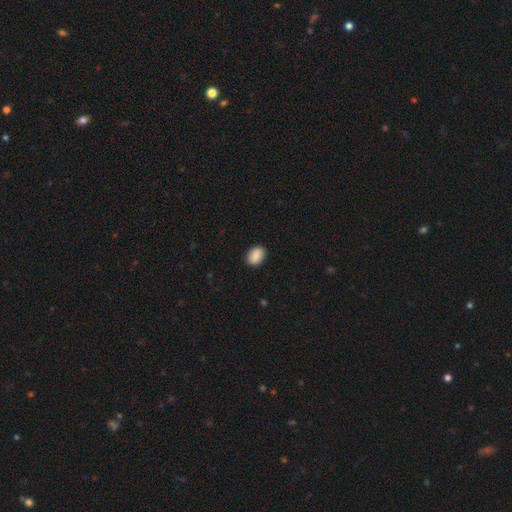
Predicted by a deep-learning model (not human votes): The model was most divided on "how rounded": in between: 80%, round: 19%, cigar-shaped: 1%. More confident: merging — none (89%); smooth or featured — smooth (87%).